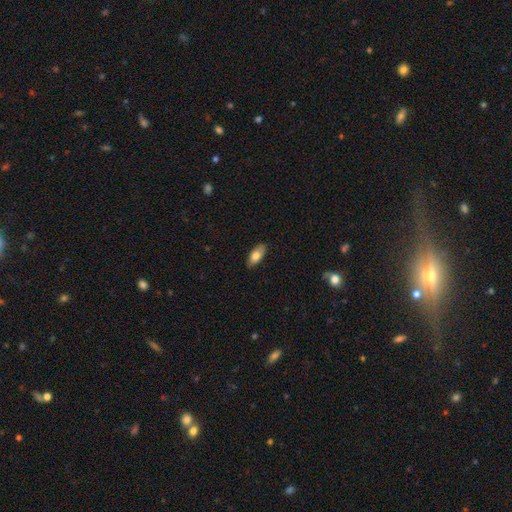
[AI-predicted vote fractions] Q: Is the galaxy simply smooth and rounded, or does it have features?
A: smooth — 75%.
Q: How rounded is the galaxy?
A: in between — 88%.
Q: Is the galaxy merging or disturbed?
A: none — 85%.